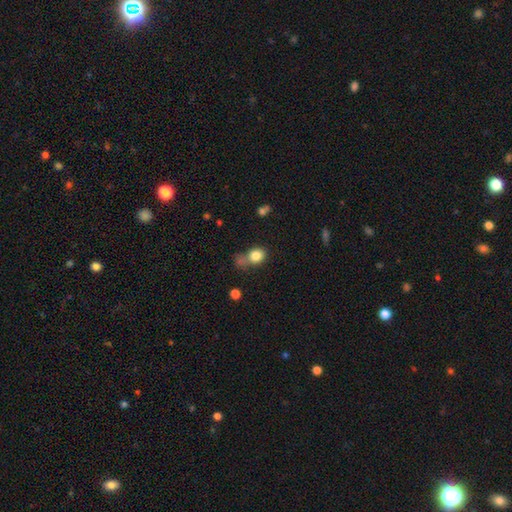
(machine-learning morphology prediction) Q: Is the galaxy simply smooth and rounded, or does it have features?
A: smooth — 82%.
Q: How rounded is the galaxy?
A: round — 66%.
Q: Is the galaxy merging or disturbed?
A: none — 43%.